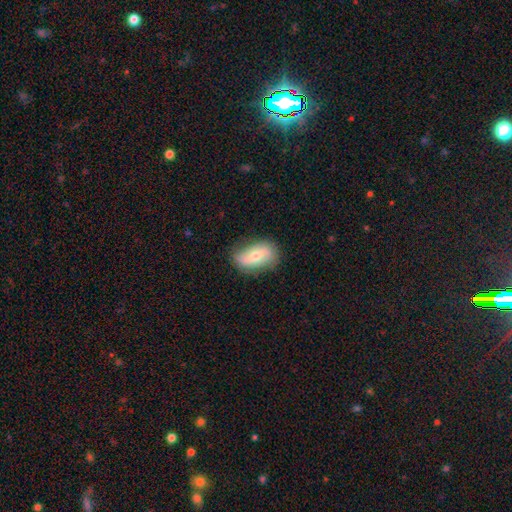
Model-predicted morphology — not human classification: featured or disk 48%, smooth 45%, star or artifact 7%. Down the decision tree: merging — none (78%).